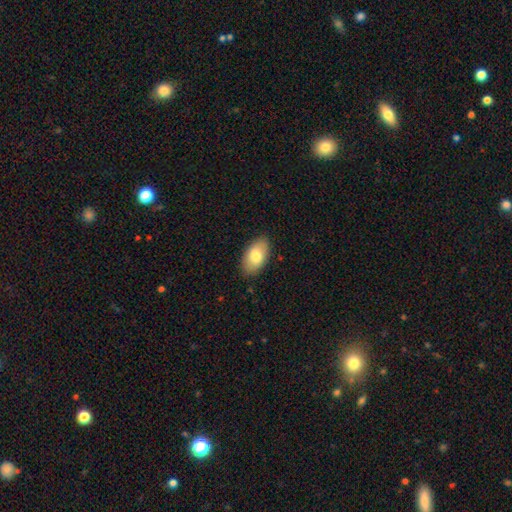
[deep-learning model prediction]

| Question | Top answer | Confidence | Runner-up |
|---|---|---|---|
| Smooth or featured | smooth | 77% | featured or disk (16%) |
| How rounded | in between | 95% | round (4%) |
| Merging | none | 86% | minor disturbance (11%) |